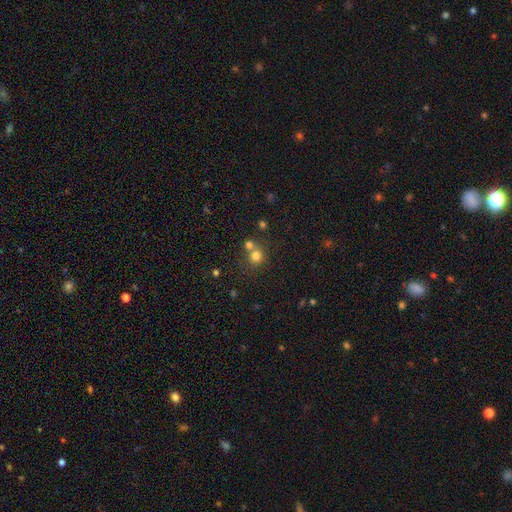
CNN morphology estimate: Q: Smooth or featured?
A: smooth (76%); runner-up: star or artifact (15%)
Q: How rounded?
A: round (88%); runner-up: in between (11%)
Q: Merging?
A: none (54%); runner-up: merger (37%)